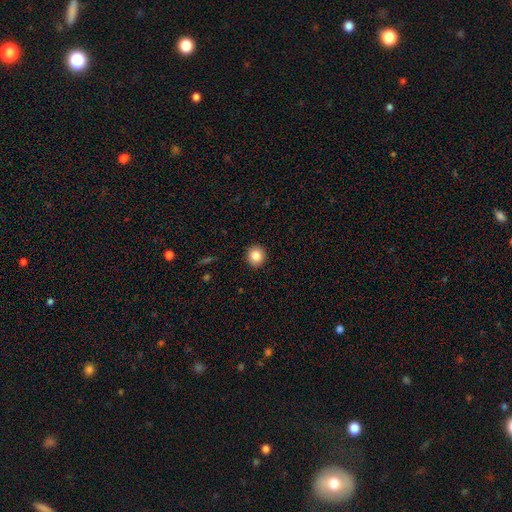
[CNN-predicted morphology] This appears to be a smooth galaxy with no disk features (84%) that is round (90%). Merging: none (93%).